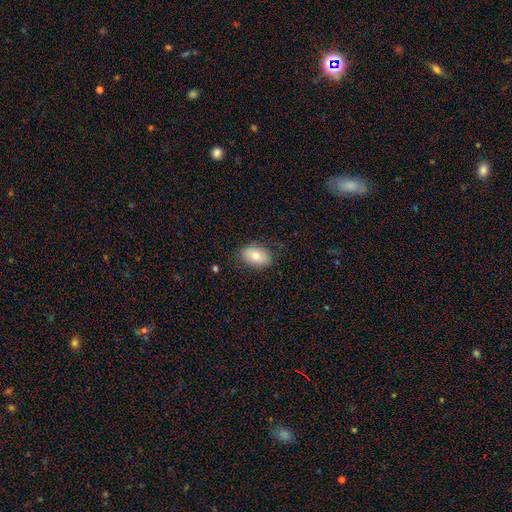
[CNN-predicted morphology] smooth 76%, featured or disk 16%, star or artifact 7%. Down the decision tree: how rounded — in between (86%); merging — none (81%).